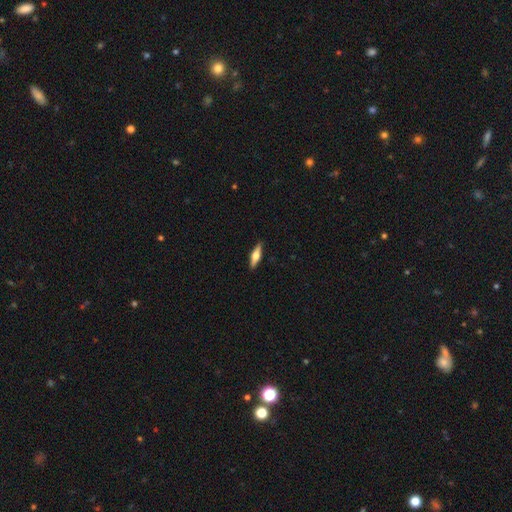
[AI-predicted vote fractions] A featured or disk galaxy (54%) viewed edge-on (95%) with a rounded central bulge (92%). Merging: none (90%).